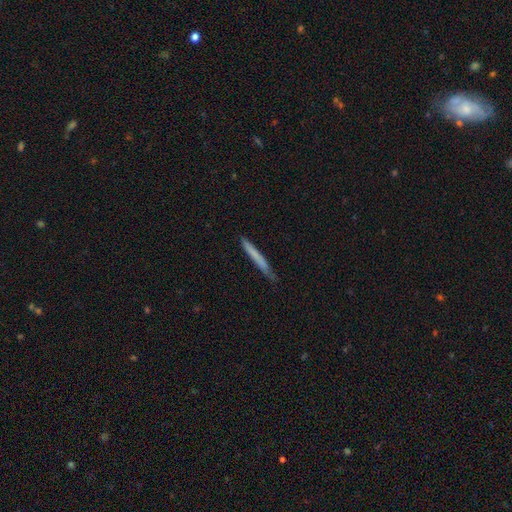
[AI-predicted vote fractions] A smooth galaxy with no disk features (67%) that is cigar-shaped (97%). Merging: none (79%).